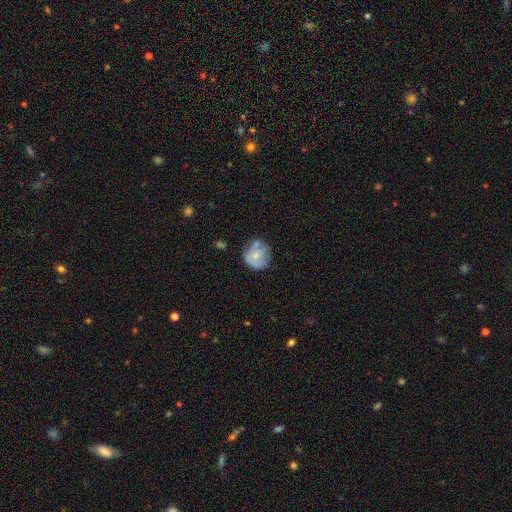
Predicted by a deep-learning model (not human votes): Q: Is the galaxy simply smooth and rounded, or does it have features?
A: smooth — 64%.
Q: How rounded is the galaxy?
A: round — 85%.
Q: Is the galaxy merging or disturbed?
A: none — 58%.